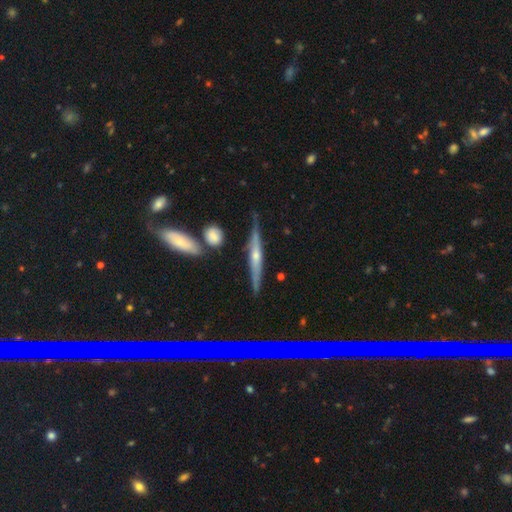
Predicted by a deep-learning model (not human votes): This appears to be a featured or disk galaxy (72%) viewed edge-on (95%) with a rounded central bulge (77%). Merging: none (82%).